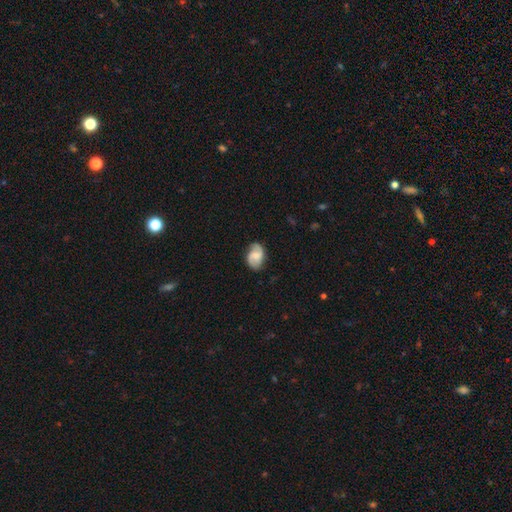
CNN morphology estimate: smooth_or_featured: featured or disk (p=0.62) [alt: smooth p=0.31]
disk_edge_on: no (p=0.97) [alt: yes p=0.03]
bar: weak (p=0.46) [alt: no p=0.44]
has_spiral_arms: yes (p=0.92) [alt: no p=0.08]
spiral_winding: medium (p=0.44) [alt: loose p=0.32]
spiral_arm_count: 2 (p=0.87) [alt: can't tell p=0.07]
bulge_size: moderate (p=0.46) [alt: small p=0.35]
merging: none (p=0.77) [alt: minor disturbance p=0.17]